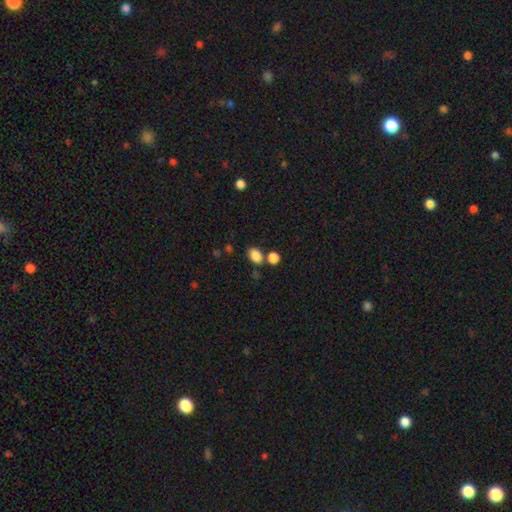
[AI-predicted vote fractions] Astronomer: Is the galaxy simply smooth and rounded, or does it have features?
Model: smooth — 85%.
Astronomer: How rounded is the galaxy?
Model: in between — 77%.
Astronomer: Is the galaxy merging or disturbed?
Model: none — 67%.